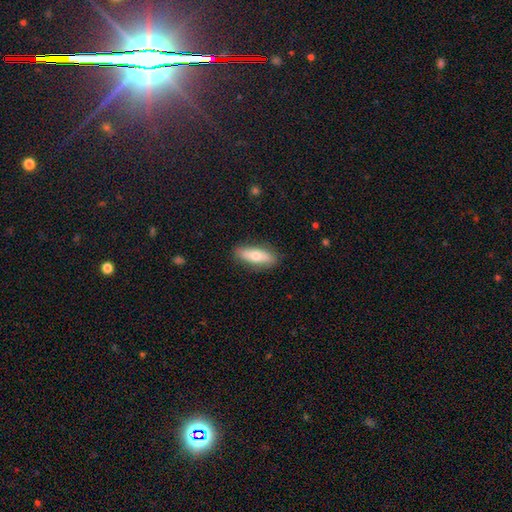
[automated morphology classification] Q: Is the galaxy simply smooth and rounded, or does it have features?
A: smooth — 67%.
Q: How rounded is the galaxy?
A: in between — 64%.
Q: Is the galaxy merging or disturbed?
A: none — 85%.